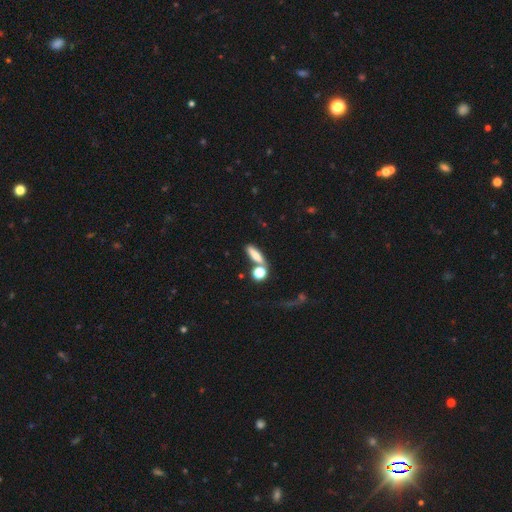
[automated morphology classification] Smooth or featured?
  - smooth: 74% *
  - featured or disk: 15%
  - star or artifact: 11%
How rounded?
  - cigar-shaped: 44% *
  - in between: 39%
  - round: 17%
Merging?
  - none: 53% *
  - merger: 26%
  - minor disturbance: 13%
  - major disturbance: 7%